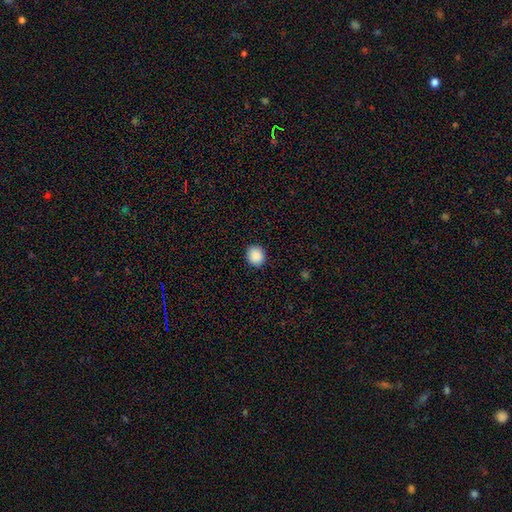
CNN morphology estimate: Overall: smooth (89%). How rounded: round (82%). Merging: none (91%).